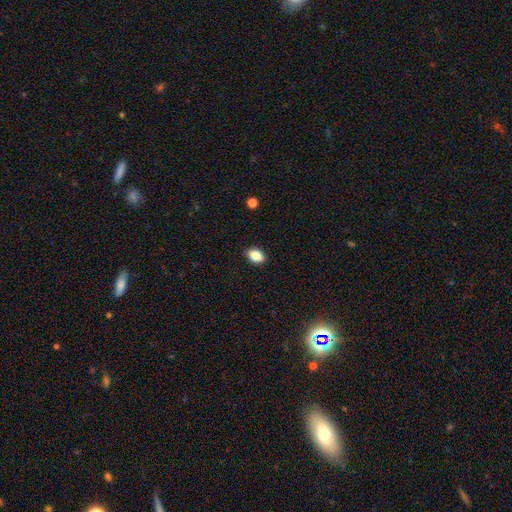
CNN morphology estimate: smooth 84%, star or artifact 9%, featured or disk 8%. Down the decision tree: how rounded — in between (85%); merging — none (88%).